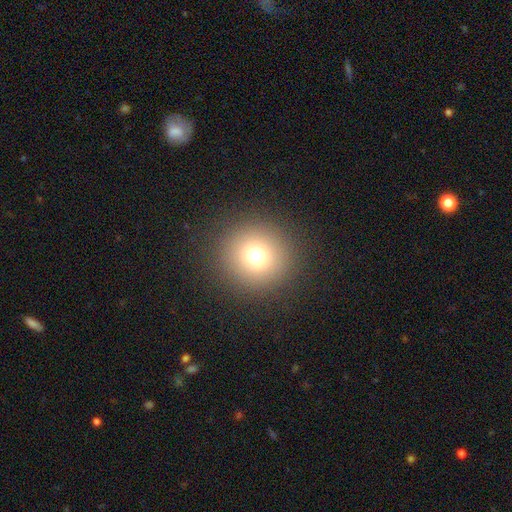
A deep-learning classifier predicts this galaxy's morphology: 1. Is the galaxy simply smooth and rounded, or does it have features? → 71% smooth, 20% star or artifact, 9% featured or disk.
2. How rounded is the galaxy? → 94% round, 5% in between, 1% cigar-shaped.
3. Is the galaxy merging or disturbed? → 90% none, 5% minor disturbance, 4% major disturbance, 1% merger.